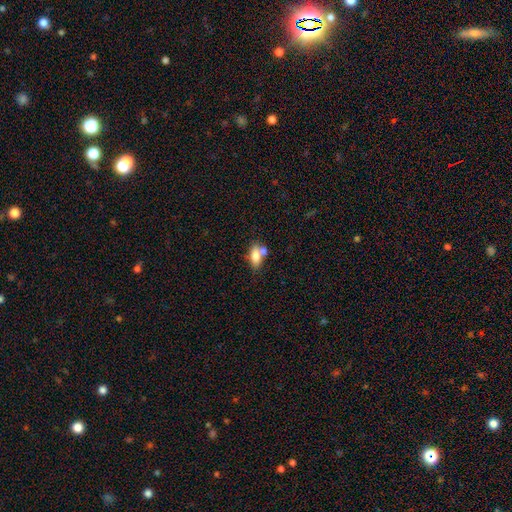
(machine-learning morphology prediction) A smooth galaxy with no disk features (75%) that is in between round and cigar-shaped (83%).

Vote fractions:
- Smooth or featured? smooth: 75% / featured or disk: 17% / star or artifact: 9%
- How rounded? in between: 83% / cigar-shaped: 10% / round: 7%
- Merging? none: 46% / merger: 35% / minor disturbance: 14% / major disturbance: 6%